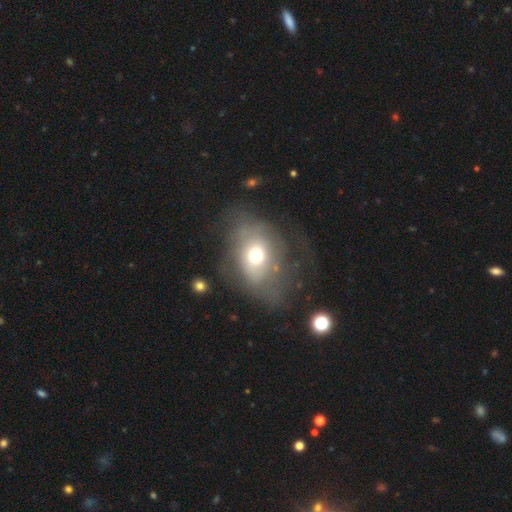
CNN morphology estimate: A smooth galaxy with no disk features (57%) that is in between round and cigar-shaped (57%). Merging: none (41%).